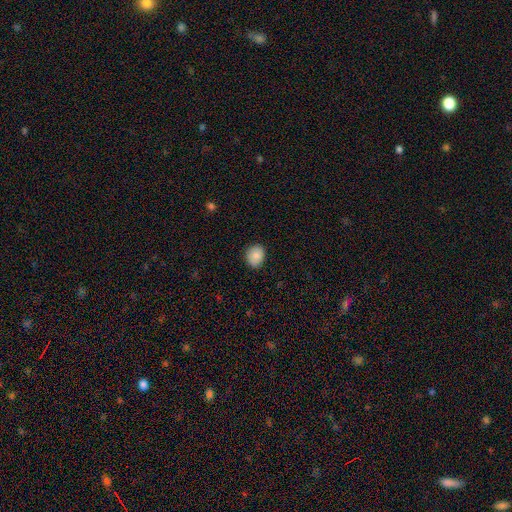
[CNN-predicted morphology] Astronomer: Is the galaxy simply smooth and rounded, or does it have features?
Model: smooth — 86%.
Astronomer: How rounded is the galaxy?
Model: round — 59% (runner-up: in between, 40%).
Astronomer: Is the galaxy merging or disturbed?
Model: none — 84%.